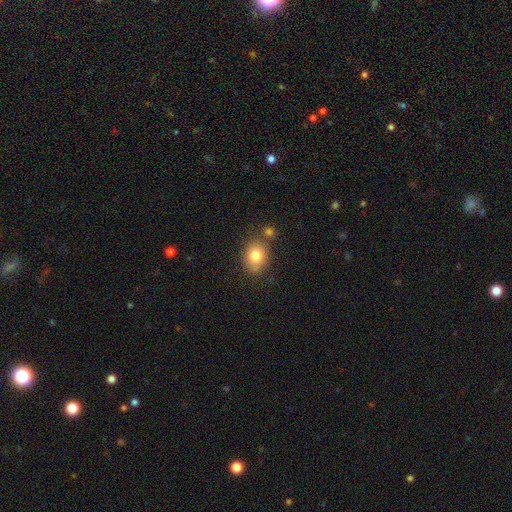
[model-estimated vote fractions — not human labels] smooth-or-featured: smooth: 80% | featured or disk: 11% | star or artifact: 9%
  how-rounded: in between: 59% | round: 40% | cigar-shaped: 1%
  merging: none: 68% | minor disturbance: 15% | merger: 13% | major disturbance: 4%